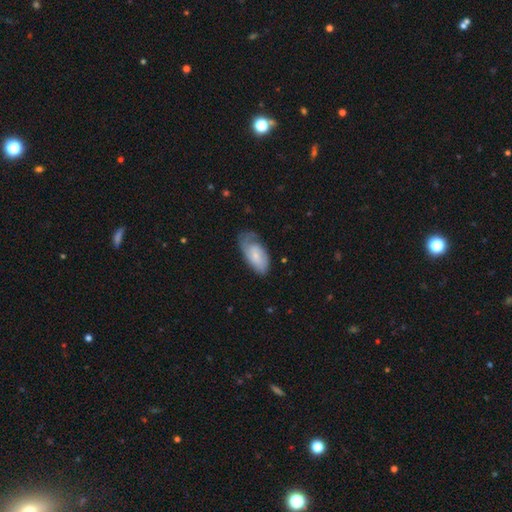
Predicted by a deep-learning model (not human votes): A smooth galaxy with no disk features (53%) that is in between round and cigar-shaped (90%).

Vote fractions:
- Smooth or featured? smooth: 53% / featured or disk: 41% / star or artifact: 6%
- How rounded? in between: 90% / cigar-shaped: 7% / round: 3%
- Merging? none: 47% / minor disturbance: 33% / major disturbance: 19% / merger: 2%